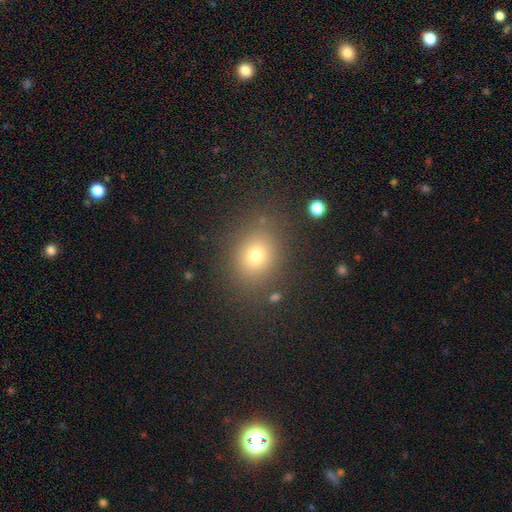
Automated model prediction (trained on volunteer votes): Morphology: type=smooth (73%); roundness=round (62%); merging=none (83%).